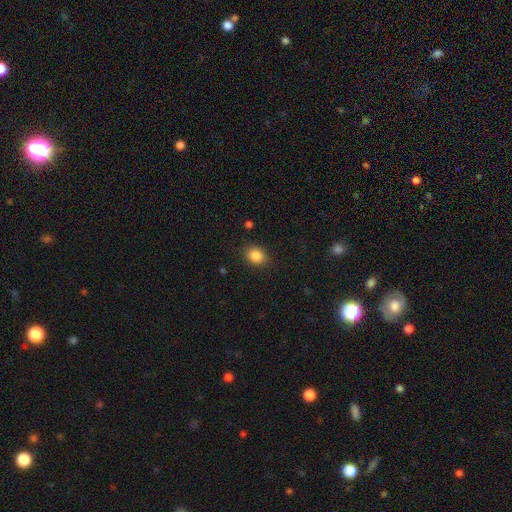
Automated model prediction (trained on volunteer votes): smooth_or_featured: smooth (p=0.86) [alt: star or artifact p=0.10]
how_rounded: in between (p=0.50) [alt: round p=0.49]
merging: none (p=0.86) [alt: minor disturbance p=0.10]